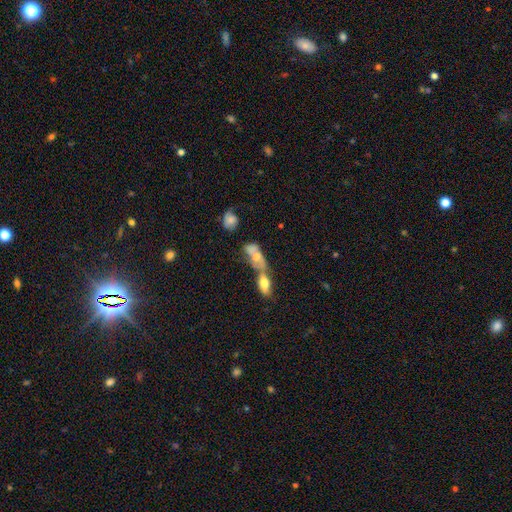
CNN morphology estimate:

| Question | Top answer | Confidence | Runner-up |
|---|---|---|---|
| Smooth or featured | smooth | 57% | featured or disk (32%) |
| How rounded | in between | 79% | cigar-shaped (11%) |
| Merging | merger | 67% | none (16%) |